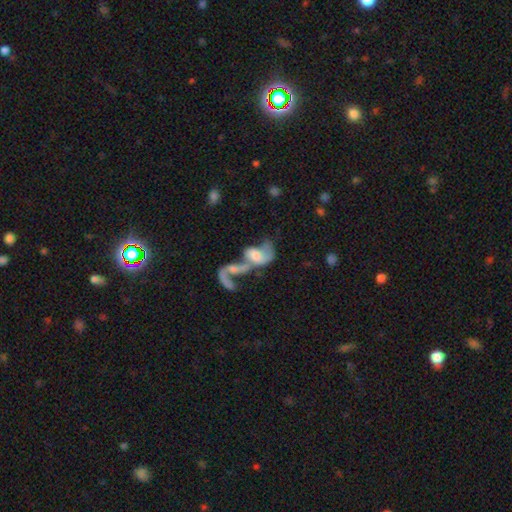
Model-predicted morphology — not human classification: type=featured or disk (54%); edge-on=no (96%); bar=no (70%); spiral arms=yes (50%, tied with no); bulge=moderate (35%); merging=merger (70%).